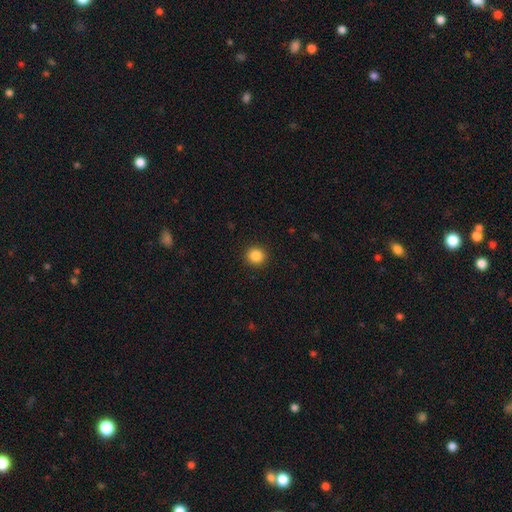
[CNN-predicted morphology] Smooth or featured?
  - smooth: 86% *
  - star or artifact: 10%
  - featured or disk: 4%
How rounded?
  - round: 92% *
  - in between: 7%
  - cigar-shaped: 1%
Merging?
  - none: 93% *
  - minor disturbance: 5%
  - major disturbance: 2%
  - merger: 1%